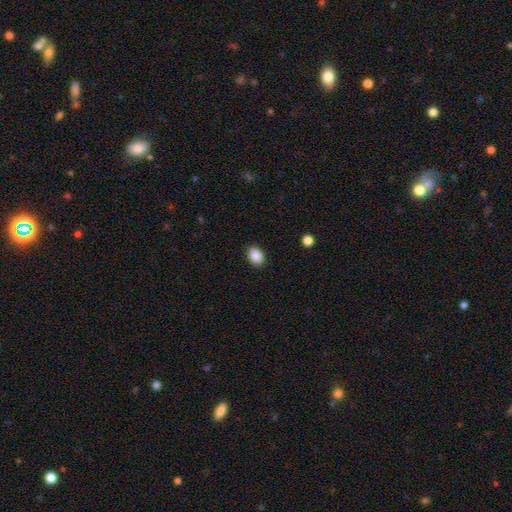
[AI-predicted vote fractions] A smooth galaxy with no disk features (89%) that is in between round and cigar-shaped (74%).

Vote fractions:
- Smooth or featured? smooth: 89% / star or artifact: 8% / featured or disk: 3%
- How rounded? in between: 74% / round: 25% / cigar-shaped: 1%
- Merging? none: 89% / minor disturbance: 8% / major disturbance: 2% / merger: 1%